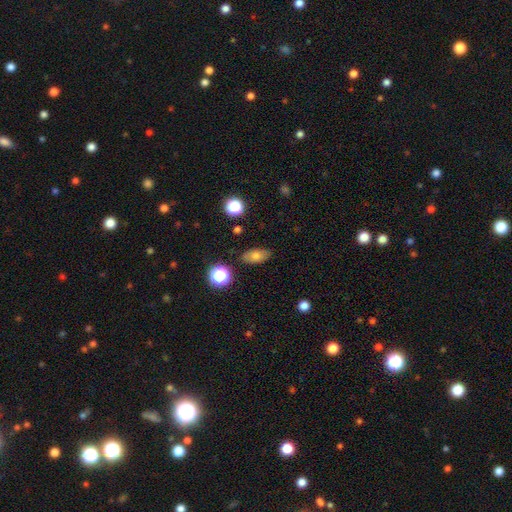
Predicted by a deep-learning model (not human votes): A smooth galaxy with no disk features (75%) that is in between round and cigar-shaped (84%).

Vote fractions:
- Smooth or featured? smooth: 75% / featured or disk: 14% / star or artifact: 11%
- How rounded? in between: 84% / round: 9% / cigar-shaped: 7%
- Merging? none: 84% / minor disturbance: 11% / major disturbance: 3% / merger: 2%